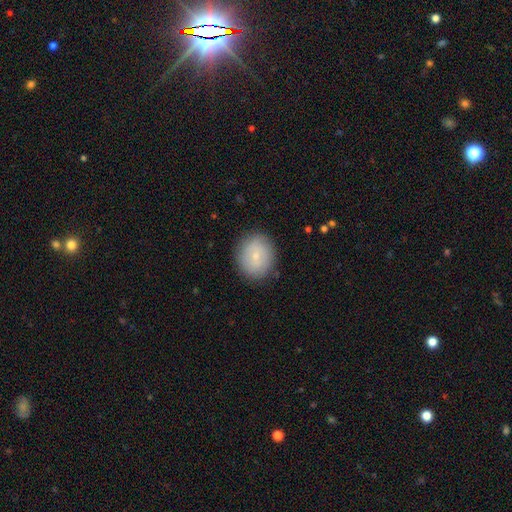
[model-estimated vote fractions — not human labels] smooth-or-featured: smooth: 69% | featured or disk: 23% | star or artifact: 8%
  how-rounded: round: 74% | in between: 25% | cigar-shaped: 1%
  merging: none: 86% | minor disturbance: 10% | major disturbance: 3% | merger: 1%